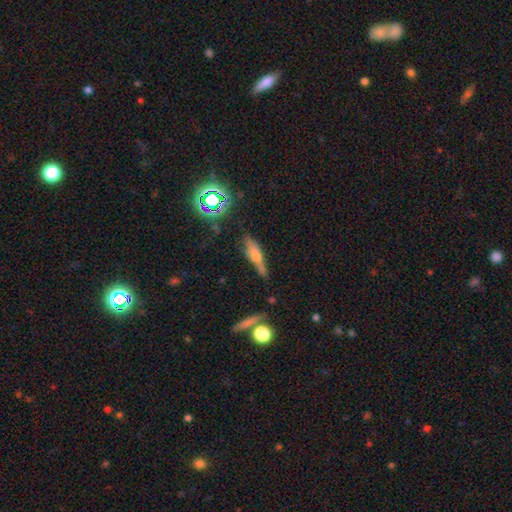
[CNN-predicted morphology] Overall: featured or disk (47%; smooth 38%). Merging: none (71%).